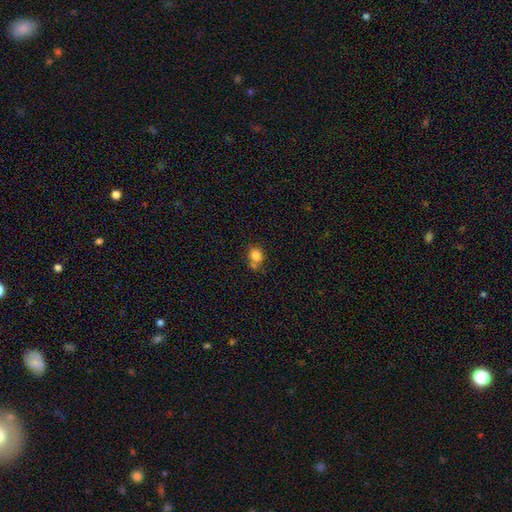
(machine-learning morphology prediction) A smooth galaxy with no disk features (80%) that is round (73%).

Vote fractions:
- Smooth or featured? smooth: 80% / star or artifact: 11% / featured or disk: 9%
- How rounded? round: 73% / in between: 26% / cigar-shaped: 1%
- Merging? none: 52% / merger: 22% / minor disturbance: 19% / major disturbance: 7%